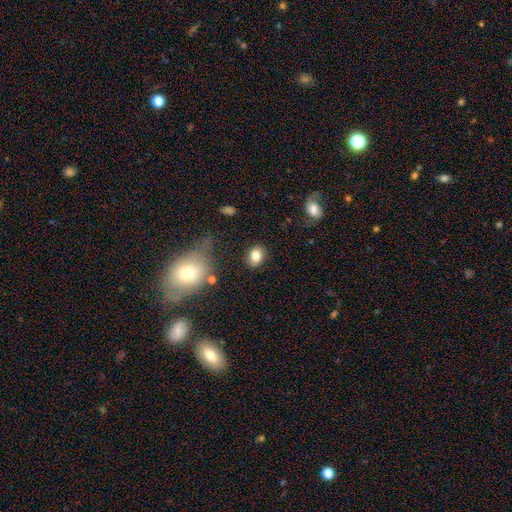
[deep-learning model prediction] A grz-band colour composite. It shows a smooth galaxy with no disk features (81%) that is in between round and cigar-shaped (61%). Merging: none (84%).